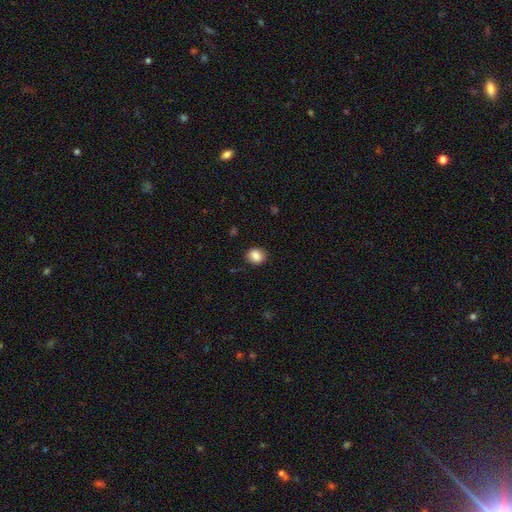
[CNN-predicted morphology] Smooth or featured? Predicted: smooth (p=0.86). How rounded? Predicted: round (p=0.69). Merging? Predicted: none (p=0.87).